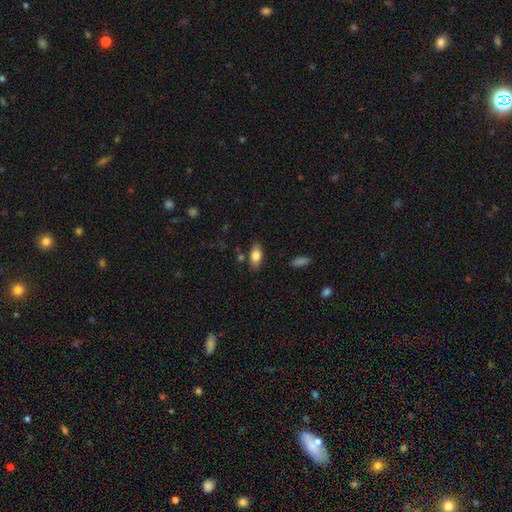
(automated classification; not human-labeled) smooth_or_featured: smooth (p=0.82) [alt: featured or disk p=0.11]
how_rounded: in between (p=0.90) [alt: cigar-shaped p=0.07]
merging: none (p=0.81) [alt: minor disturbance p=0.12]